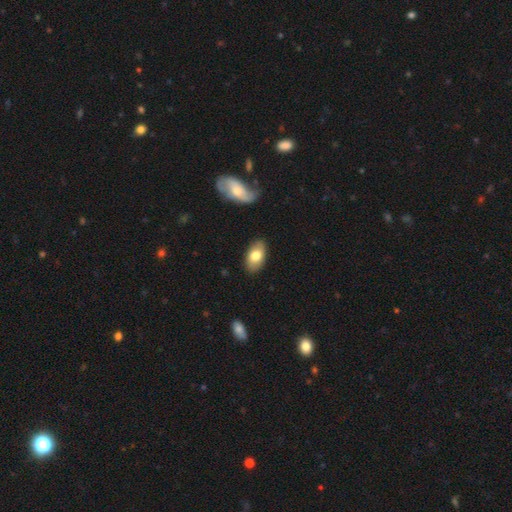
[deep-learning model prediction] A smooth galaxy with no disk features (75%) that is in between round and cigar-shaped (94%). Merging: none (88%).